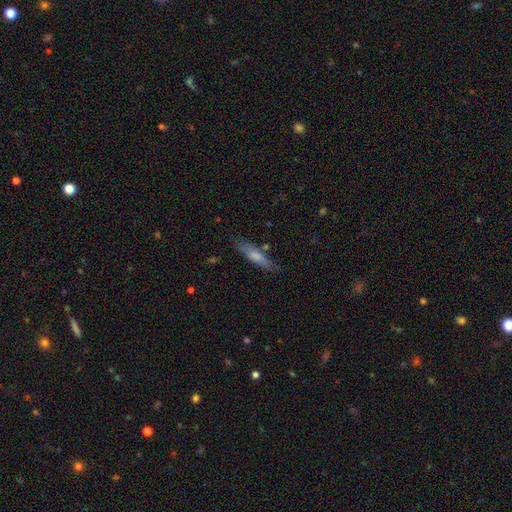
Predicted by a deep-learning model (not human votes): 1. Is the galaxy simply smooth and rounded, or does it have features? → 71% smooth, 23% featured or disk, 6% star or artifact.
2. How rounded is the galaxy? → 75% cigar-shaped, 24% in between, 2% round.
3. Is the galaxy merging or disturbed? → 78% none, 15% minor disturbance, 4% merger, 3% major disturbance.